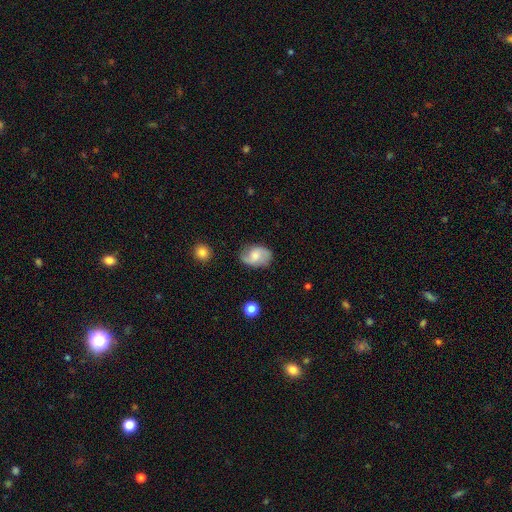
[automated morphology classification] This appears to be a featured or disk galaxy (56%) with no bar (53%), spiral arms (91%) and a moderate central bulge (46%). Merging: none (69%).